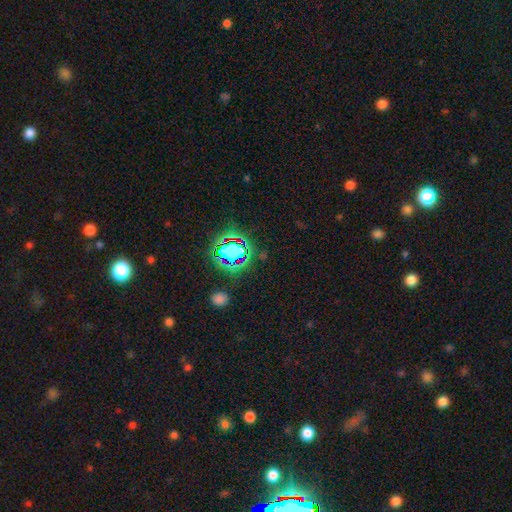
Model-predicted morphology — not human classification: This appears to be a star or artifact, not a galaxy (79%).